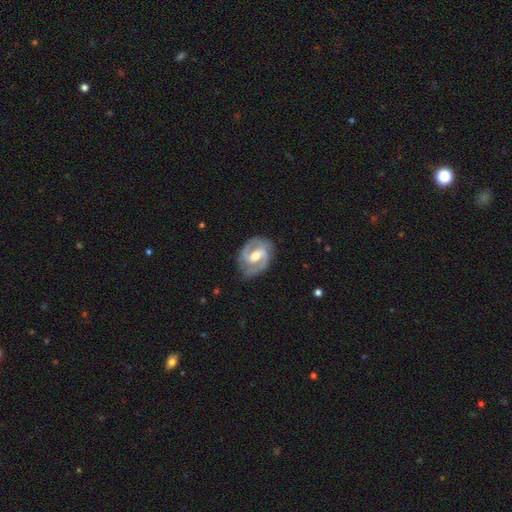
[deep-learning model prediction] The model was most divided on "spiral winding": medium: 52%, tight: 38%, loose: 10%. Remaining: edge-on disk — no (98%); spiral arms — yes (96%); spiral arm count — 2 (91%); smooth or featured — featured or disk (89%); merging — none (82%); bulge size — moderate (67%); bar — weak (47%).